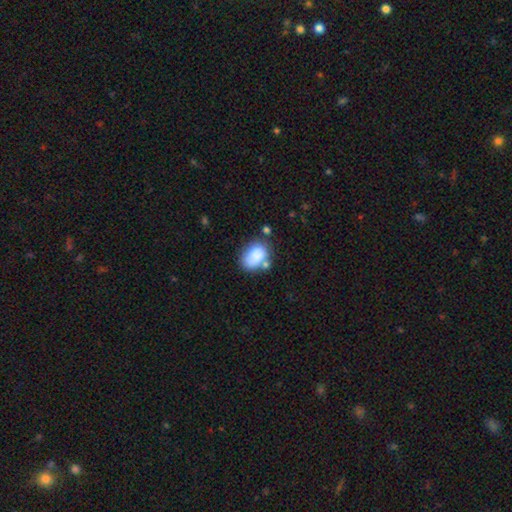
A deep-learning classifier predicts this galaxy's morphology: smooth-or-featured: smooth: 82% | featured or disk: 10% | star or artifact: 8%
  how-rounded: in between: 82% | round: 17% | cigar-shaped: 1%
  merging: none: 54% | minor disturbance: 21% | merger: 17% | major disturbance: 8%